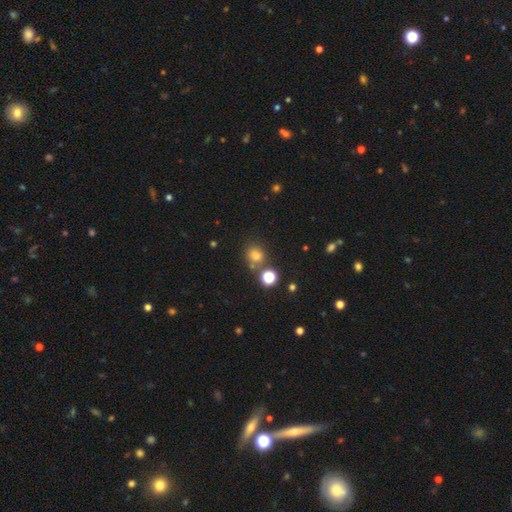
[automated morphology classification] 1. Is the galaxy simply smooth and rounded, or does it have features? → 74% smooth, 19% star or artifact, 7% featured or disk.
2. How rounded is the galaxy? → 80% round, 19% in between, 1% cigar-shaped.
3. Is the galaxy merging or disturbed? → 71% none, 15% merger, 10% minor disturbance, 4% major disturbance.